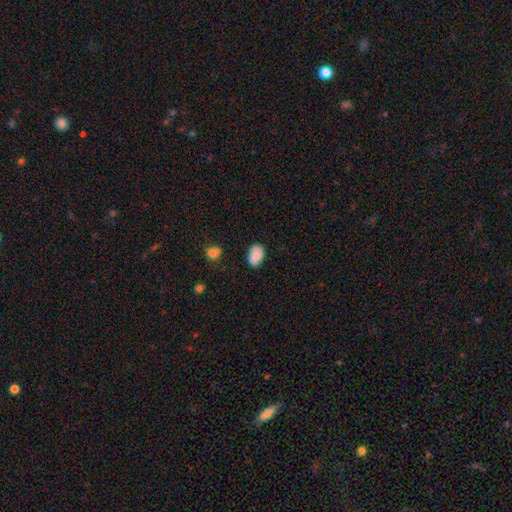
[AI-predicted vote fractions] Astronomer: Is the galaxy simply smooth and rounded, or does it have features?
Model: smooth — 73%.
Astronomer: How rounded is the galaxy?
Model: in between — 86%.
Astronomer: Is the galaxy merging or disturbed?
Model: none — 71%.